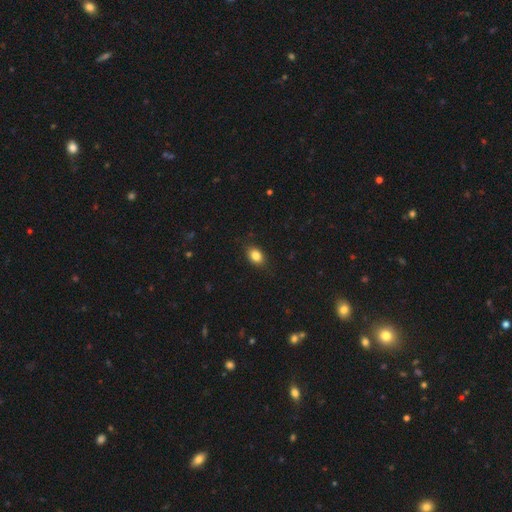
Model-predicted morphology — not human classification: This is clearly a smooth galaxy (84%). How rounded: likely in between (76%). Merging: clearly none (86%).